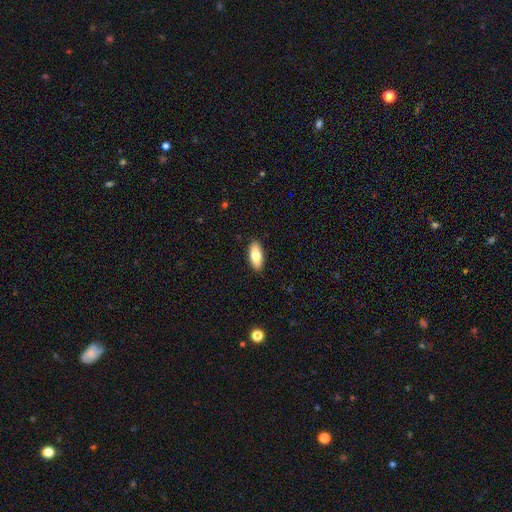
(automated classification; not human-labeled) This appears to be a smooth galaxy with no disk features (77%) that is in between round and cigar-shaped (82%). Merging: none (90%).